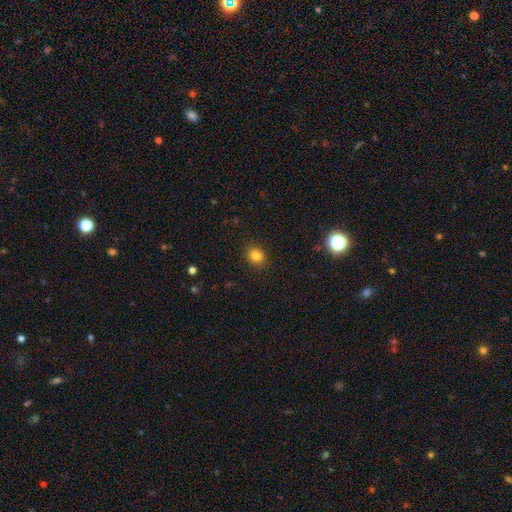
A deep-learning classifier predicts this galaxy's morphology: Smooth or featured: smooth — 82% (star or artifact — 12%)
How rounded: round — 56% (in between — 43%)
Merging: none — 88% (minor disturbance — 8%)